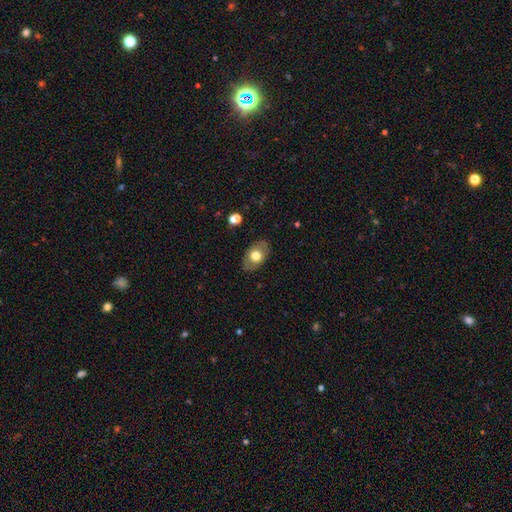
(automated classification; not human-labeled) Smooth or featured? smooth (63%)
How rounded? in between (83%)
Merging? none (83%)